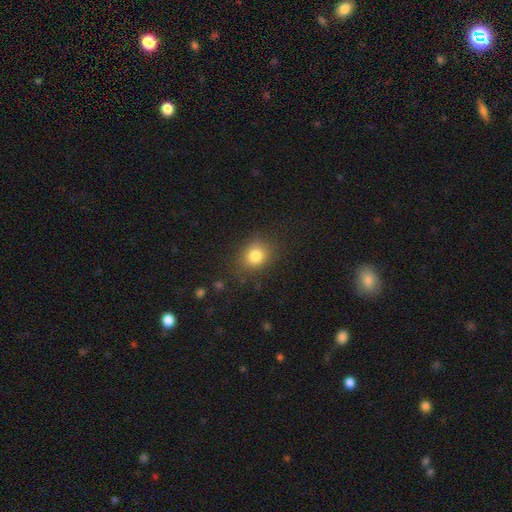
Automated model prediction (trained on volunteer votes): Smooth or featured?
  - smooth: 82% *
  - star or artifact: 11%
  - featured or disk: 7%
How rounded?
  - round: 64% *
  - in between: 35%
  - cigar-shaped: 1%
Merging?
  - none: 80% *
  - minor disturbance: 14%
  - major disturbance: 4%
  - merger: 2%